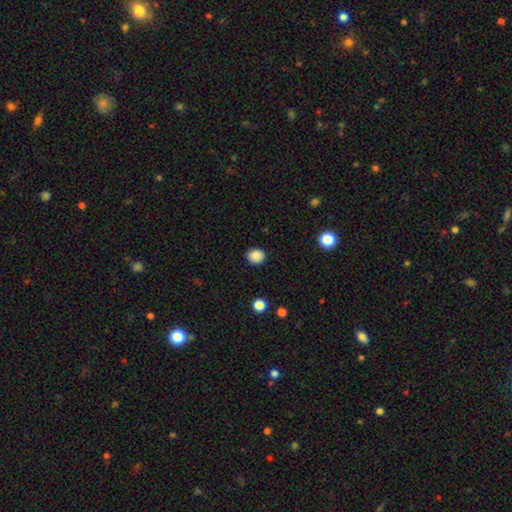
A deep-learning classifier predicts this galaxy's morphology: Smooth or featured?
  - smooth: 86% *
  - star or artifact: 10%
  - featured or disk: 4%
How rounded?
  - round: 82% *
  - in between: 17%
  - cigar-shaped: 1%
Merging?
  - none: 90% *
  - minor disturbance: 7%
  - major disturbance: 2%
  - merger: 1%